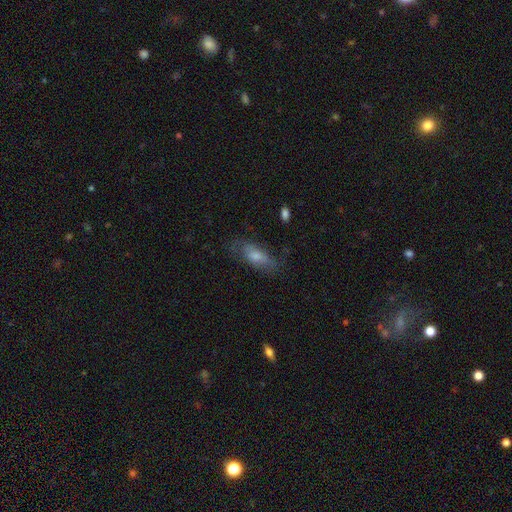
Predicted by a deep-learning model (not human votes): A smooth galaxy with no disk features (46%).

Vote fractions:
- Smooth or featured? smooth: 46% / featured or disk: 42% / star or artifact: 11%
- Merging? none: 64% / minor disturbance: 23% / major disturbance: 11% / merger: 2%